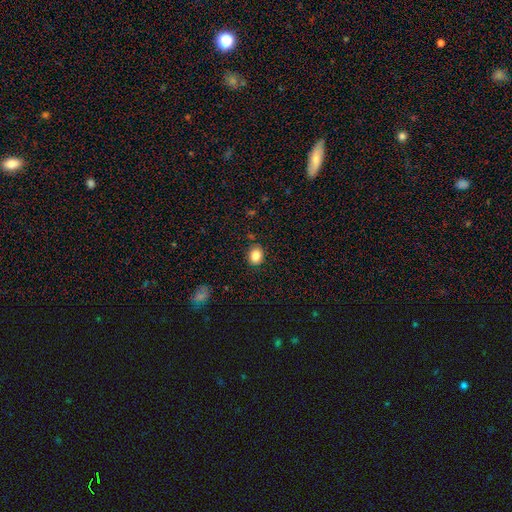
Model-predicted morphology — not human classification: Overall: smooth (85%). How rounded: round (56%; in between 44%). Merging: none (87%).